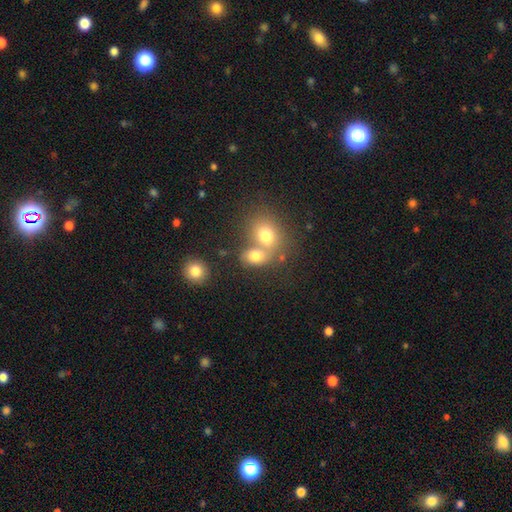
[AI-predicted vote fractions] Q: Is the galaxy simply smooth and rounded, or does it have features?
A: smooth — 74%.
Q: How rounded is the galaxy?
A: in between — 57%.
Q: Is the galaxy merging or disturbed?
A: merger — 53%.